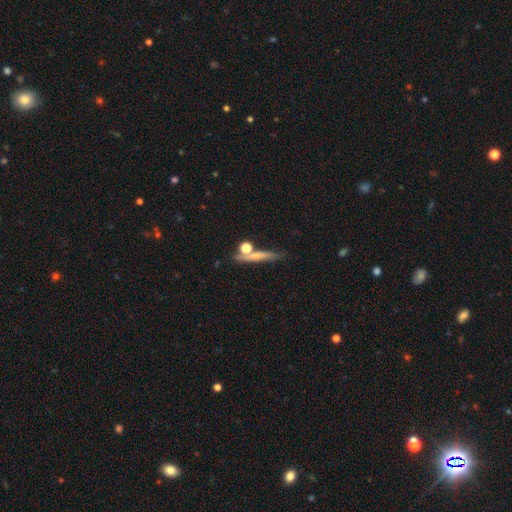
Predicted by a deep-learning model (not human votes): smooth_or_featured: smooth (p=0.54) [alt: featured or disk p=0.35]
how_rounded: cigar-shaped (p=0.68) [alt: round p=0.17]
merging: none (p=0.62) [alt: merger p=0.18]